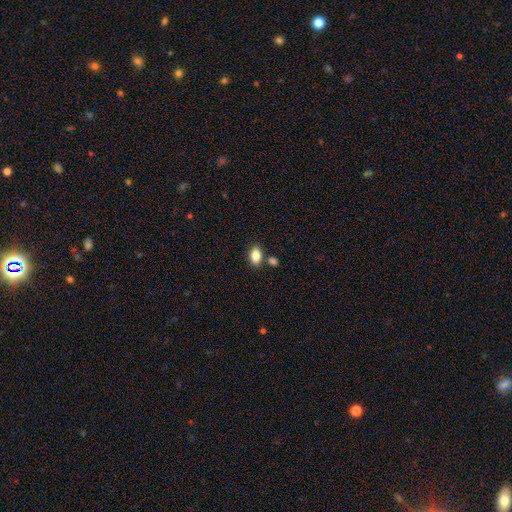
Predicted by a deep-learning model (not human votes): Morphology: type=smooth (85%); roundness=in between (86%); merging=none (75%).